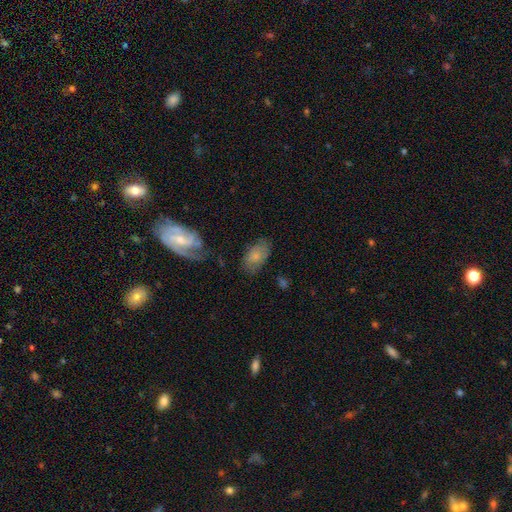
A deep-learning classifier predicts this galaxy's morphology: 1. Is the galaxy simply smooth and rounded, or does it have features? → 66% smooth, 25% featured or disk, 8% star or artifact.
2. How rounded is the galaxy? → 92% in between, 6% round, 2% cigar-shaped.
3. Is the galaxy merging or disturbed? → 62% none, 23% minor disturbance, 11% major disturbance, 4% merger.